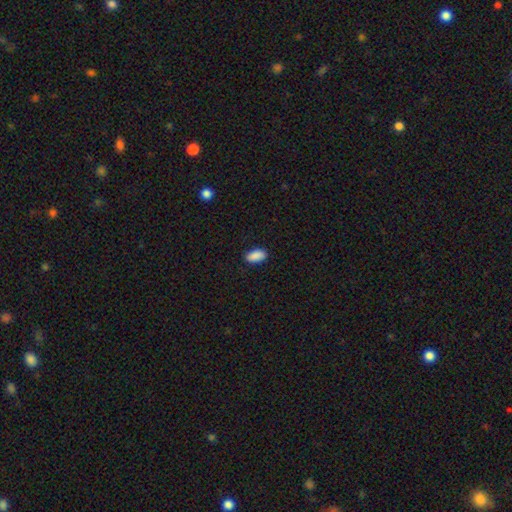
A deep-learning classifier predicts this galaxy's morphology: Q: Smooth or featured?
A: smooth (90%); runner-up: star or artifact (7%)
Q: How rounded?
A: in between (93%); runner-up: cigar-shaped (4%)
Q: Merging?
A: none (88%); runner-up: minor disturbance (9%)